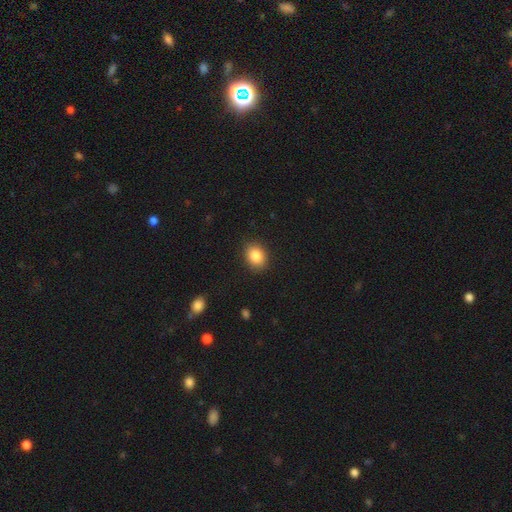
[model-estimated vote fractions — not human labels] Smooth or featured: smooth — 86% (star or artifact — 9%)
How rounded: in between — 54% (round — 46%)
Merging: none — 88% (minor disturbance — 9%)